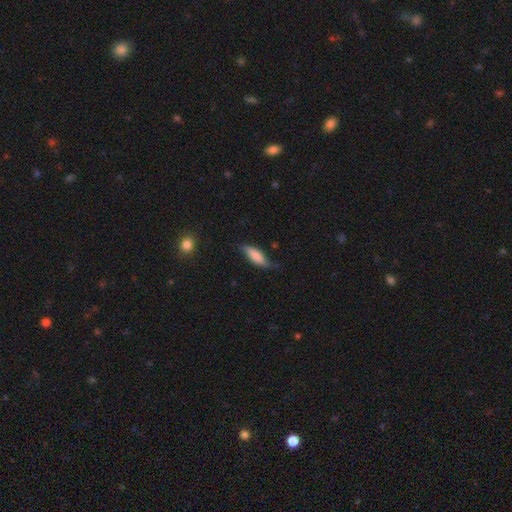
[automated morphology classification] Smooth or featured: smooth — 69% (featured or disk — 25%)
How rounded: cigar-shaped — 52% (in between — 46%)
Merging: none — 60% (minor disturbance — 31%)